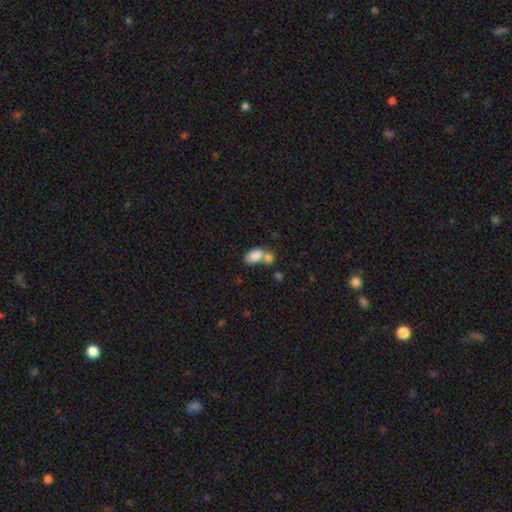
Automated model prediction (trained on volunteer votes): Smooth or featured: smooth — 83% (featured or disk — 9%)
How rounded: in between — 88% (round — 10%)
Merging: merger — 57% (none — 28%)